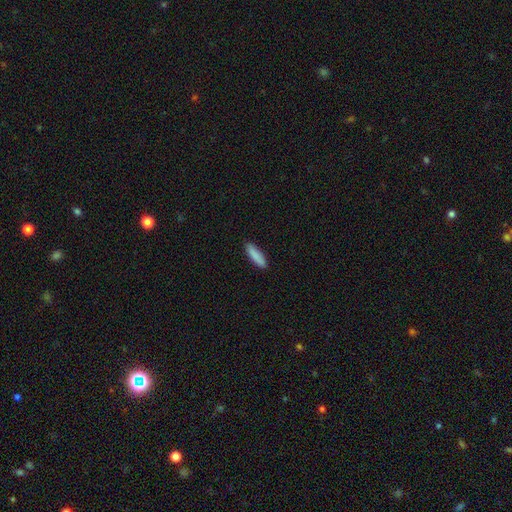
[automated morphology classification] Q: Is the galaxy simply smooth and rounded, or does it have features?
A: smooth — 88%.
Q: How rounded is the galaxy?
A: cigar-shaped — 65%.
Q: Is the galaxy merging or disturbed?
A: none — 89%.